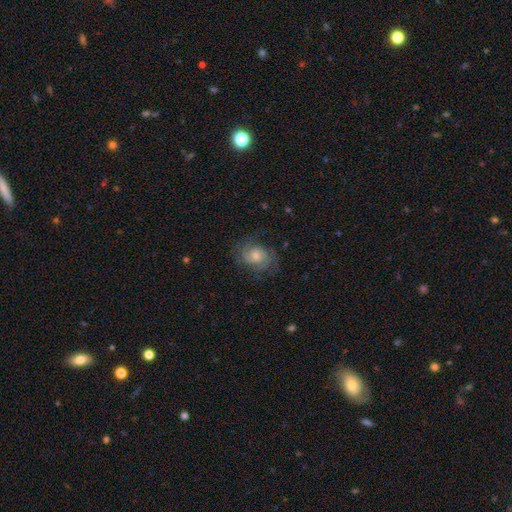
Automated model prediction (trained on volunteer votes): A featured or disk galaxy (64%) with no bar (71%), 2 (49%) tight (47%) spiral arms (89%) and a moderate central bulge (52%). Merging: none (71%).